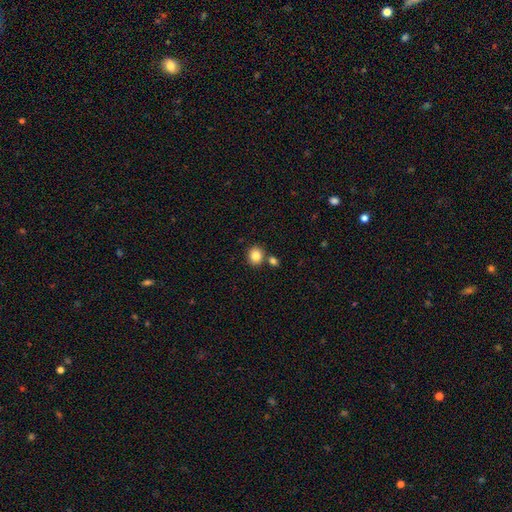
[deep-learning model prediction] This appears to be a smooth galaxy with no disk features (84%) that is round (82%). Merging: none (76%).